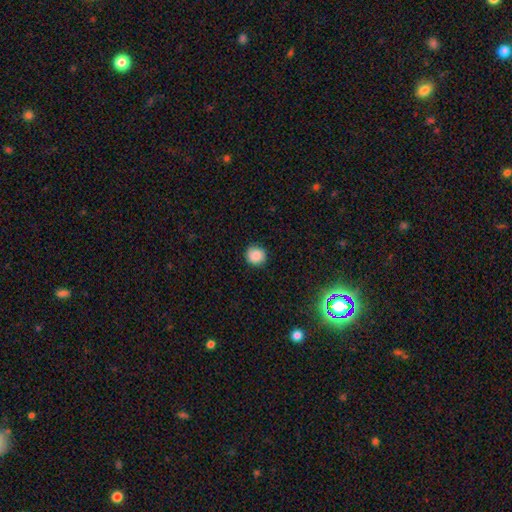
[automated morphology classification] type=smooth (85%); roundness=round (90%); merging=none (86%).